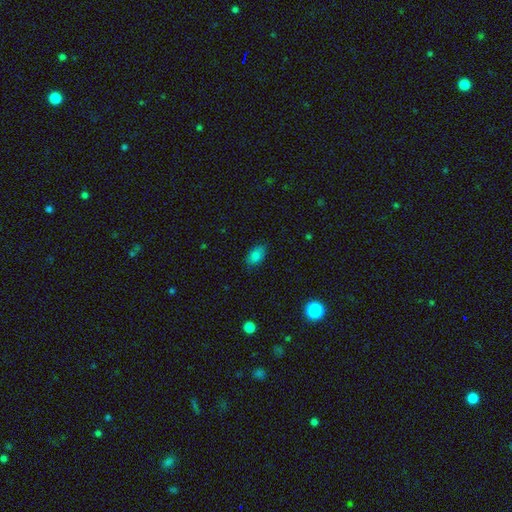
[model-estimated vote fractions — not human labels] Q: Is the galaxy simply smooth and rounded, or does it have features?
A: smooth — 84%.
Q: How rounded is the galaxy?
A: in between — 91%.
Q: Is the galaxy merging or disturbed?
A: none — 81%.